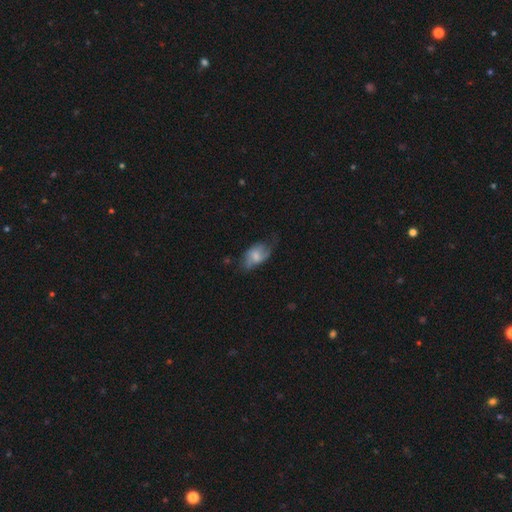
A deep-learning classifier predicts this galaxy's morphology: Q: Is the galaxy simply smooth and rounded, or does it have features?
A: smooth — 57%.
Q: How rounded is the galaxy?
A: in between — 88%.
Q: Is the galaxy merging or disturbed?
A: none — 45%.